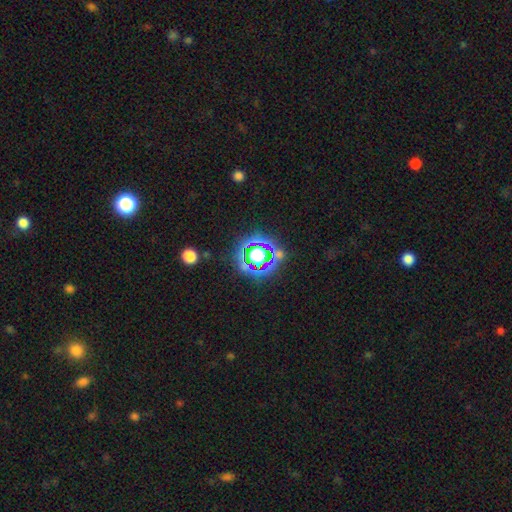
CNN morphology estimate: Smooth or featured? star or artifact (60%)